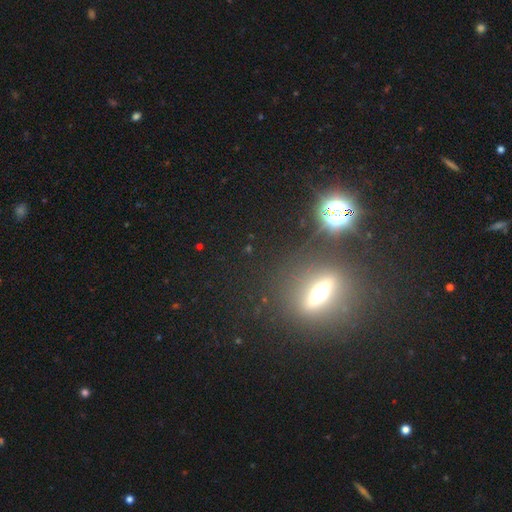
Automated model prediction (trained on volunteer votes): Smooth or featured: featured or disk — 43% (star or artifact — 35%)
Merging: none — 79% (minor disturbance — 9%)